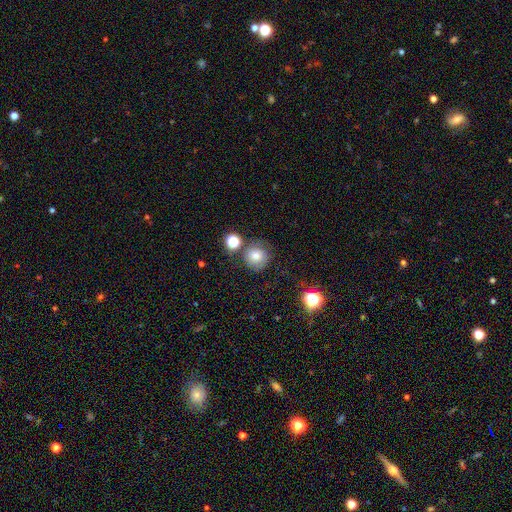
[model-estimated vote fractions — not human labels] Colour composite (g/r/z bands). It shows a smooth galaxy with no disk features (67%) that is round (92%). Merging: none (67%).